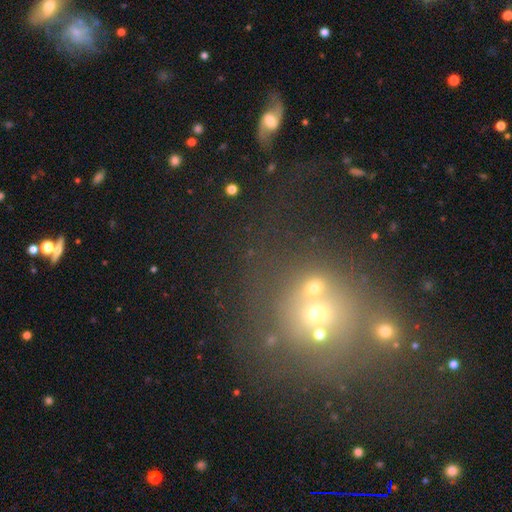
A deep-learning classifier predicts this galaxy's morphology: A star or artifact, not a galaxy (41%).

Vote fractions:
- Smooth or featured? star or artifact: 41% / smooth: 39% / featured or disk: 21%